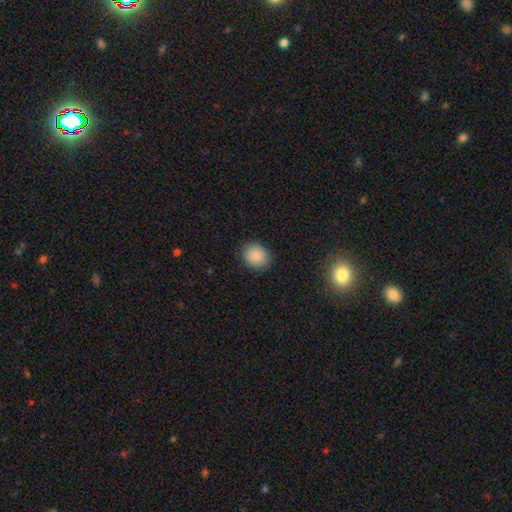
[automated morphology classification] This appears to be a smooth galaxy with no disk features (86%) that is round (66%). Merging: none (87%).